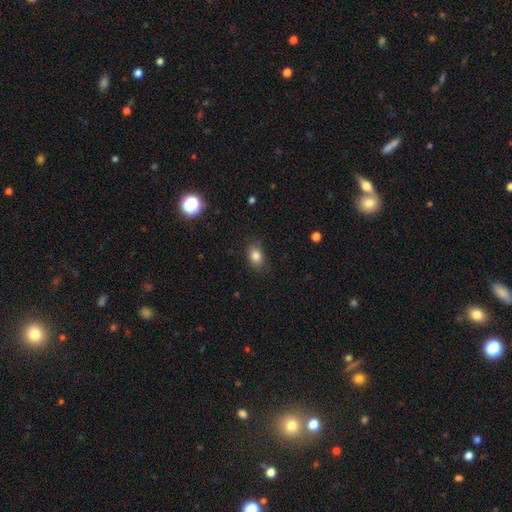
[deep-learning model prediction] Overall: smooth (83%). How rounded: in between (76%). Merging: none (84%).